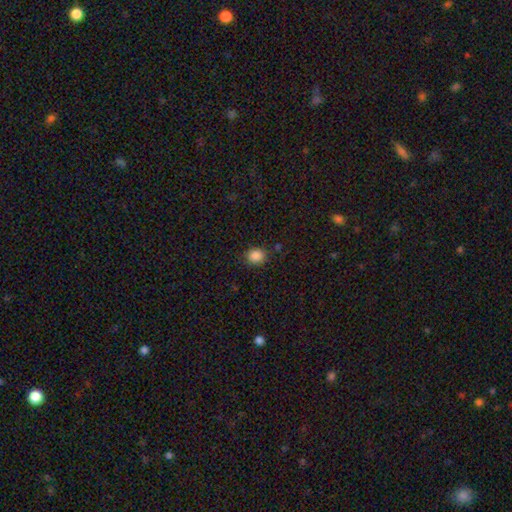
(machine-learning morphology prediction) A smooth galaxy with no disk features (86%) that is round (63%). Merging: none (84%).